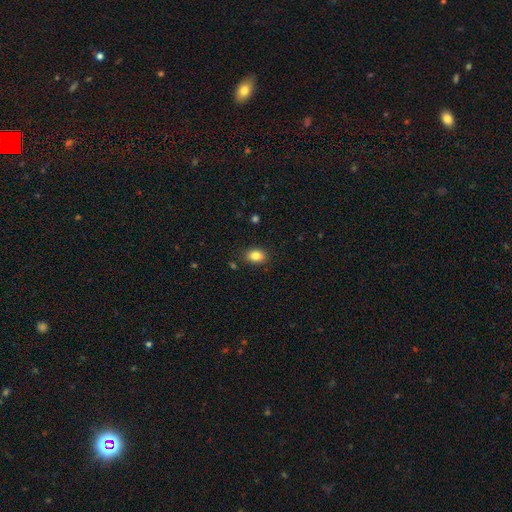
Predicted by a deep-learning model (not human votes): A smooth galaxy with no disk features (84%) that is in between round and cigar-shaped (71%).

Vote fractions:
- Smooth or featured? smooth: 84% / star or artifact: 10% / featured or disk: 7%
- How rounded? in between: 71% / round: 28% / cigar-shaped: 1%
- Merging? none: 87% / minor disturbance: 9% / major disturbance: 2% / merger: 2%